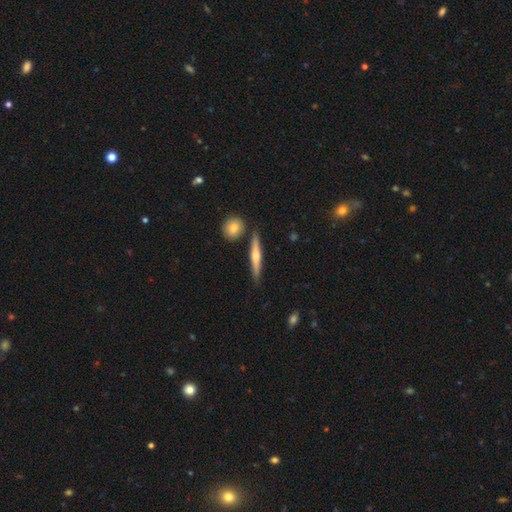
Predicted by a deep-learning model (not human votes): Smooth or featured? featured or disk (52%)
Edge-on disk? yes (96%)
Edge-on bulge? rounded (79%)
Merging? none (84%)